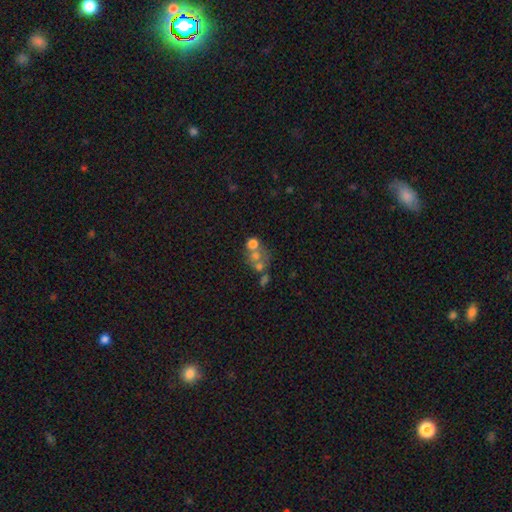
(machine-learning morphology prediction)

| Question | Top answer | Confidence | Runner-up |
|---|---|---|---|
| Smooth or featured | smooth | 53% | featured or disk (30%) |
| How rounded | round | 68% | in between (31%) |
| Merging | merger | 54% | none (31%) |